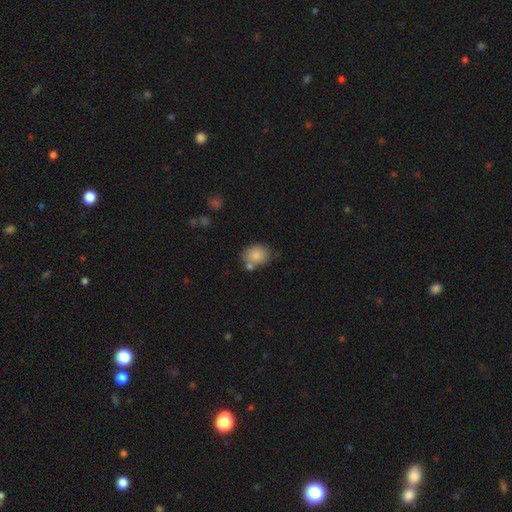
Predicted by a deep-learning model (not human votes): This appears to be a smooth galaxy with no disk features (83%) that is round (53%). Merging: none (61%).